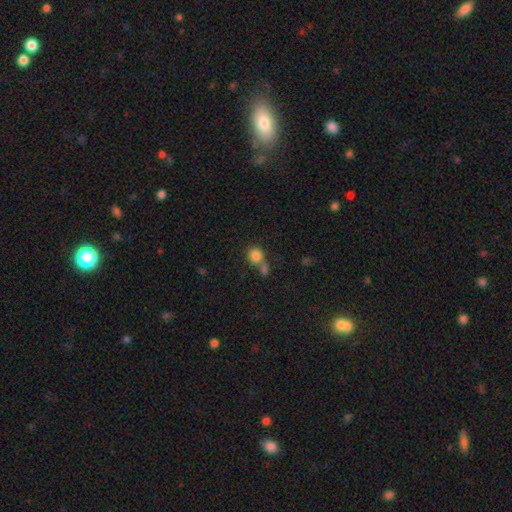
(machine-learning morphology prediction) Smooth or featured? Predicted: smooth (p=0.83). How rounded? Predicted: round (p=0.84). Merging? Predicted: none (p=0.49).